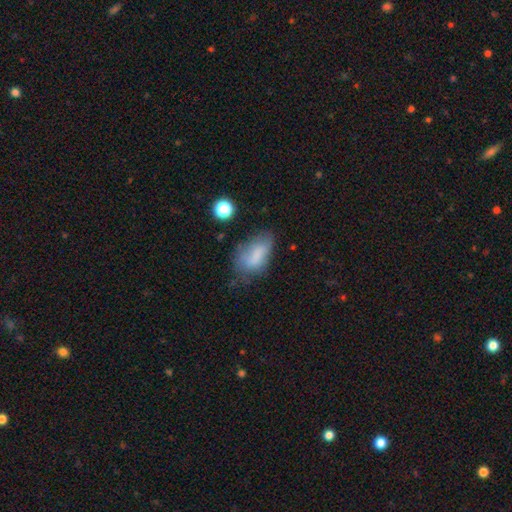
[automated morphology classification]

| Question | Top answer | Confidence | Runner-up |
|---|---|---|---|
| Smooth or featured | smooth | 73% | featured or disk (17%) |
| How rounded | in between | 89% | round (6%) |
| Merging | none | 41% | minor disturbance (34%) |